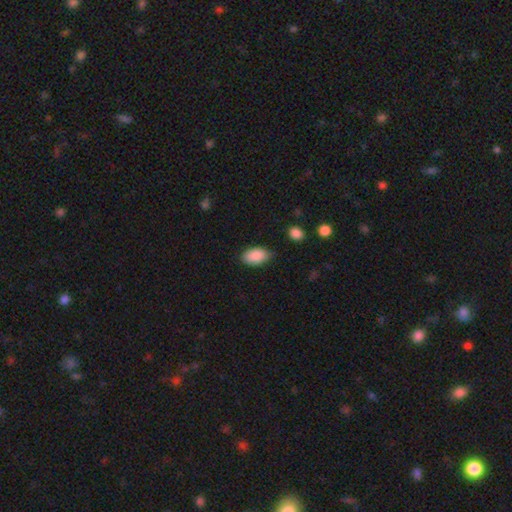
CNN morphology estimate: This is clearly a smooth galaxy (90%). How rounded: clearly in between (94%). Merging: likely none (78%).